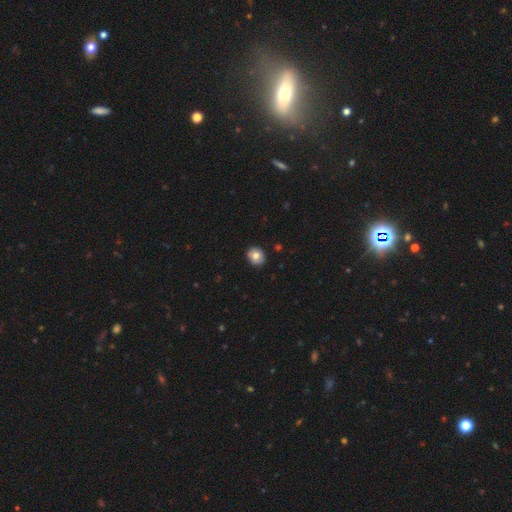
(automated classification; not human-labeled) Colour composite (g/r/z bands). It shows a smooth galaxy with no disk features (76%) that is round (67%). Merging: none (89%).